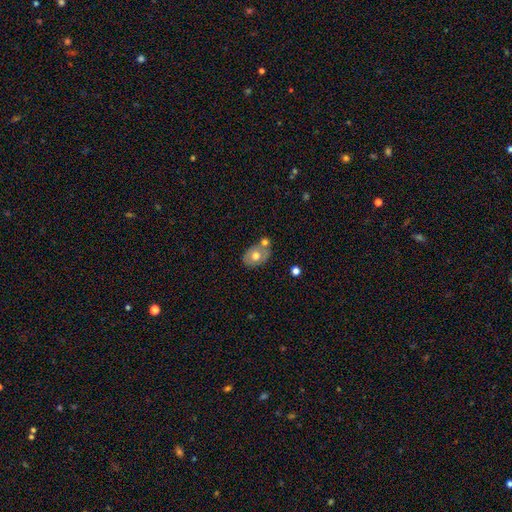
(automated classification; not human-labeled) Smooth or featured?
  - smooth: 64% *
  - featured or disk: 28%
  - star or artifact: 8%
How rounded?
  - in between: 74% *
  - round: 25%
  - cigar-shaped: 1%
Merging?
  - none: 51% *
  - merger: 28%
  - minor disturbance: 16%
  - major disturbance: 5%